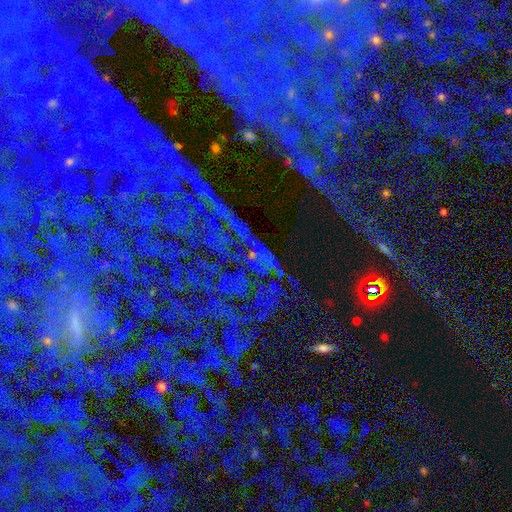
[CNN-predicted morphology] smooth-or-featured: star or artifact: 84% | featured or disk: 9% | smooth: 8%